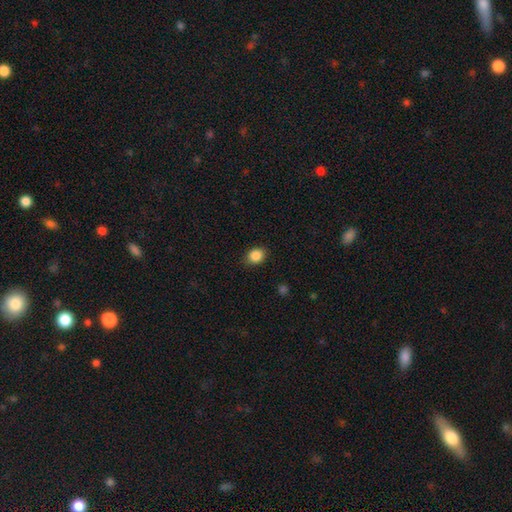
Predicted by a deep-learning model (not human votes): Smooth or featured? smooth (87%)
How rounded? round (54%)
Merging? none (84%)